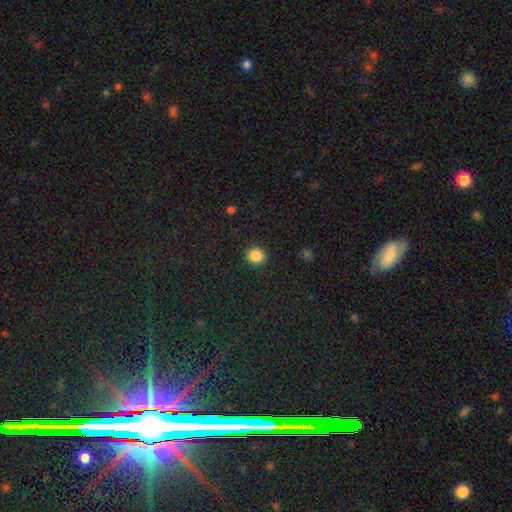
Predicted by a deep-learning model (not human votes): A smooth galaxy with no disk features (86%) that is round (87%).

Vote fractions:
- Smooth or featured? smooth: 86% / star or artifact: 10% / featured or disk: 4%
- How rounded? round: 87% / in between: 12% / cigar-shaped: 1%
- Merging? none: 91% / minor disturbance: 6% / major disturbance: 2% / merger: 1%